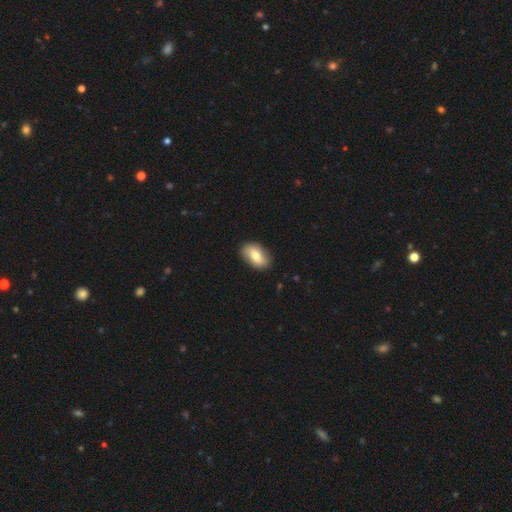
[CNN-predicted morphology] smooth-or-featured: smooth: 62% | featured or disk: 31% | star or artifact: 7%
  how-rounded: in between: 89% | round: 8% | cigar-shaped: 3%
  merging: none: 84% | minor disturbance: 12% | major disturbance: 3% | merger: 1%